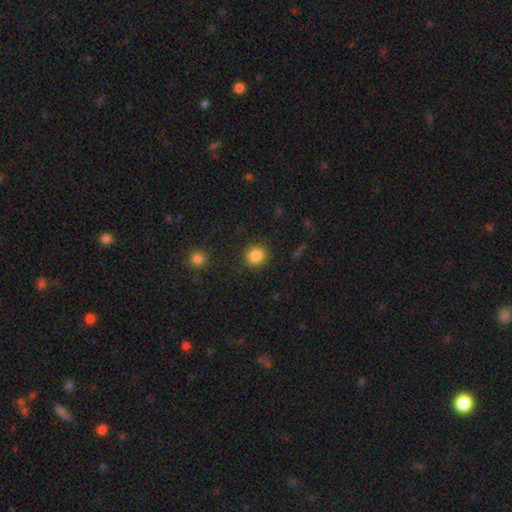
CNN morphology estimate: smooth_or_featured: smooth (p=0.86) [alt: star or artifact p=0.10]
how_rounded: round (p=0.87) [alt: in between p=0.13]
merging: none (p=0.90) [alt: minor disturbance p=0.06]